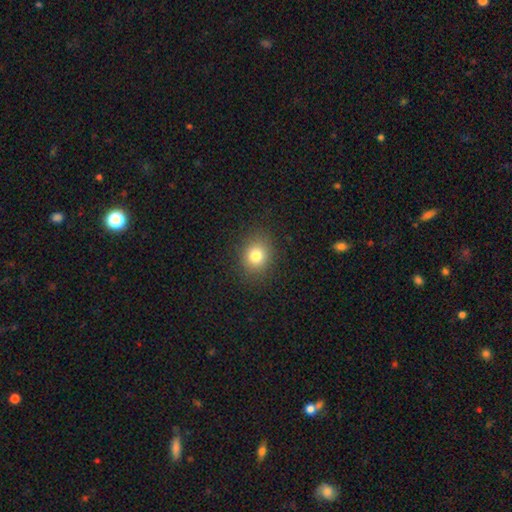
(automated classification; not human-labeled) A smooth galaxy with no disk features (80%) that is round (71%).

Vote fractions:
- Smooth or featured? smooth: 80% / star or artifact: 13% / featured or disk: 8%
- How rounded? round: 71% / in between: 28% / cigar-shaped: 1%
- Merging? none: 88% / minor disturbance: 8% / major disturbance: 3% / merger: 1%